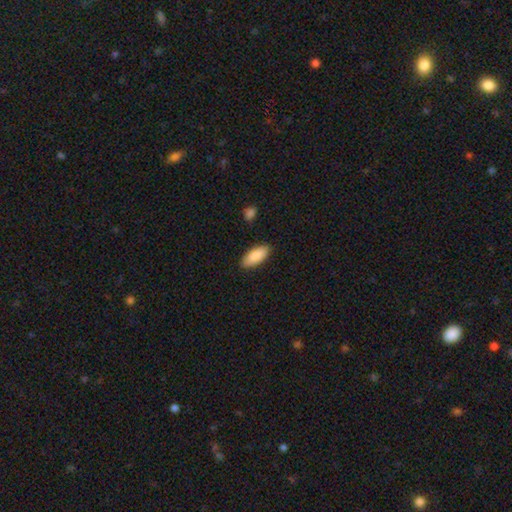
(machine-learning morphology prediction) Overall: smooth (87%). How rounded: in between (84%). Merging: none (87%).